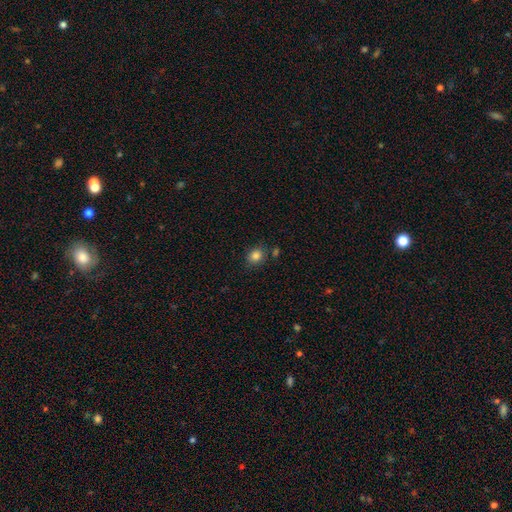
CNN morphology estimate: Overall: smooth (84%). How rounded: round (64%; in between 35%). Merging: none (78%).